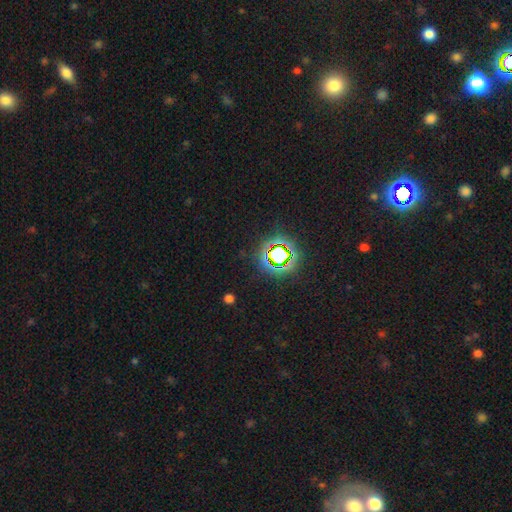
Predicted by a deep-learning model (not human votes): Q: Smooth or featured?
A: star or artifact (77%); runner-up: smooth (15%)